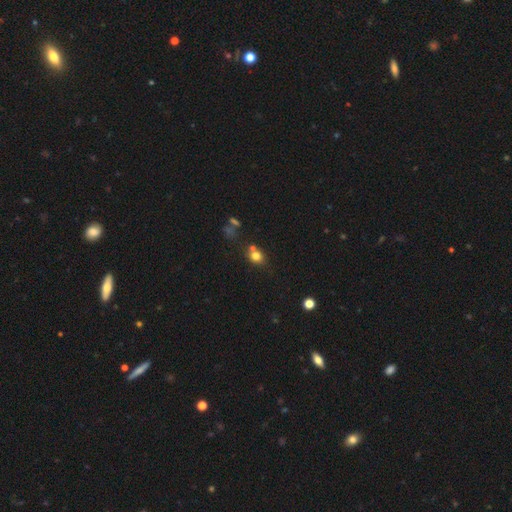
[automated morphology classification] A smooth galaxy with no disk features (76%) that is round (64%). Merging: none (58%).